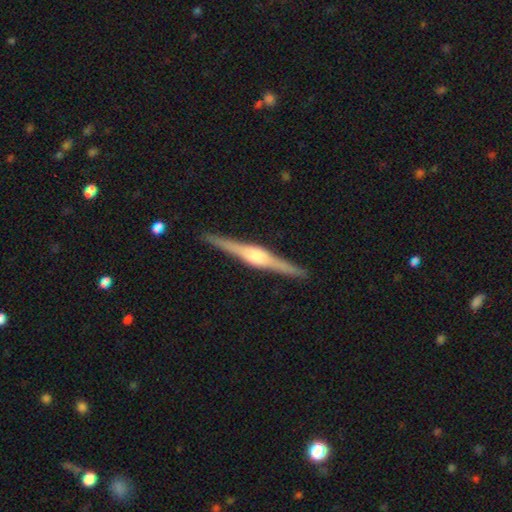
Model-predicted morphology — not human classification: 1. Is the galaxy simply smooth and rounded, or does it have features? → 87% featured or disk, 9% smooth, 5% star or artifact.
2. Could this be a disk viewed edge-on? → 99% yes, 1% no.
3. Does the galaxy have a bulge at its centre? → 70% rounded, 25% boxy, 5% none.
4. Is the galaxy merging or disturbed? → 93% none, 5% minor disturbance, 1% major disturbance, 1% merger.